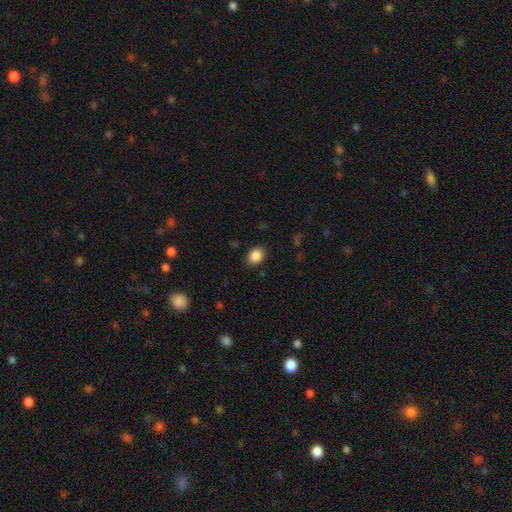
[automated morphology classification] smooth 87%, star or artifact 9%, featured or disk 4%. Down the decision tree: how rounded — in between (54%); merging — none (87%).